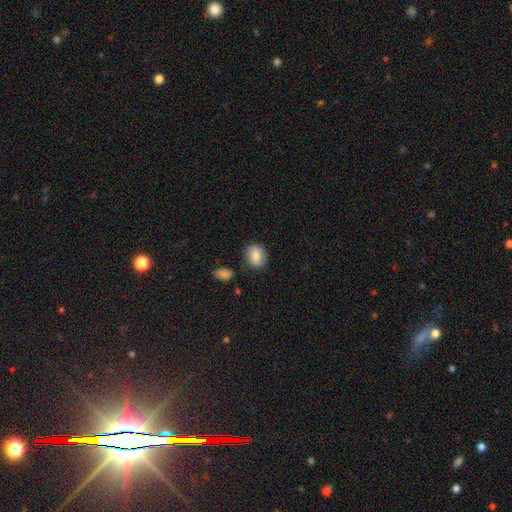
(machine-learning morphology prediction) Smooth or featured? smooth (79%)
How rounded? in between (55%)
Merging? none (78%)